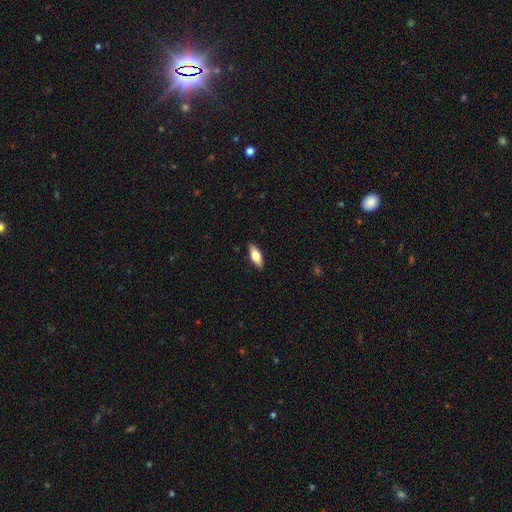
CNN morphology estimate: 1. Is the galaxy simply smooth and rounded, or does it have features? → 62% smooth, 31% featured or disk, 6% star or artifact.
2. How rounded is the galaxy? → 71% in between, 26% cigar-shaped, 3% round.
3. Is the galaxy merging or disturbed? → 89% none, 9% minor disturbance, 2% major disturbance, 1% merger.